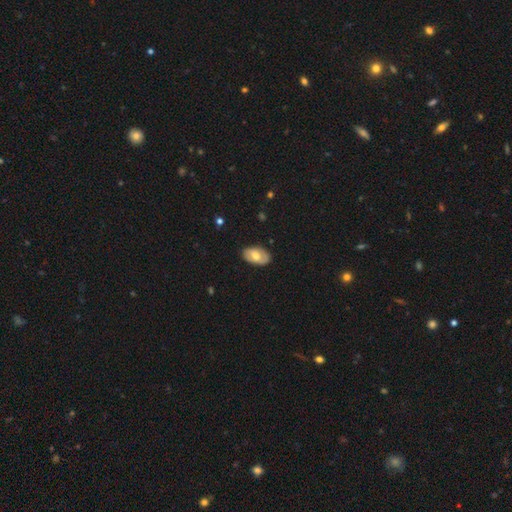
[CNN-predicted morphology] The model was most divided on "smooth or featured": smooth: 61%, featured or disk: 33%, star or artifact: 6%. More confident: how rounded — in between (93%); merging — none (85%).